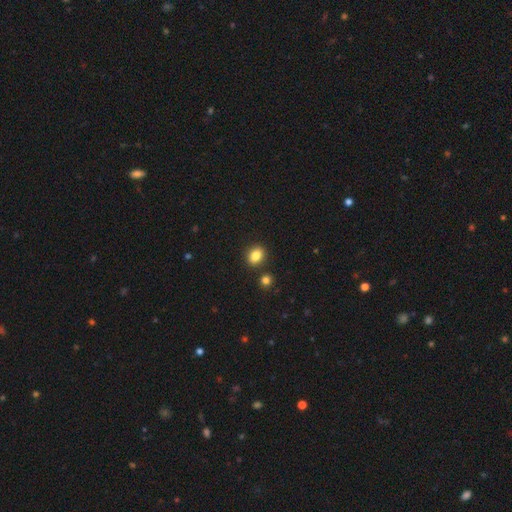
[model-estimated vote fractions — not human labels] This is clearly a smooth galaxy (85%). How rounded: likely in between (62%). Merging: clearly none (84%).